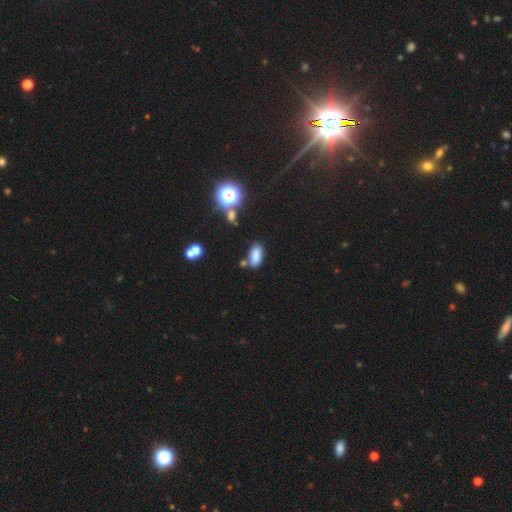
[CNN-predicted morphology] smooth 81%, star or artifact 13%, featured or disk 6%. Down the decision tree: how rounded — in between (88%); merging — none (71%).